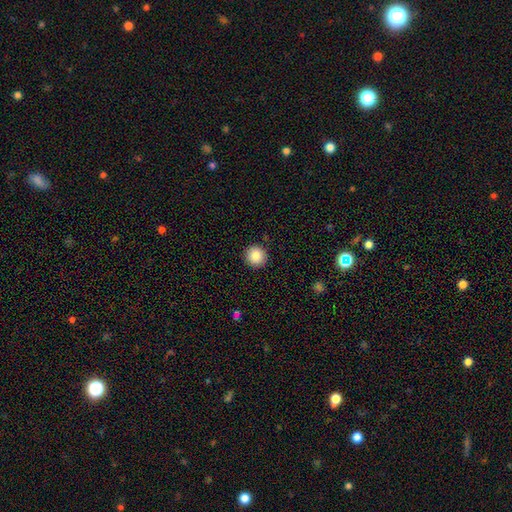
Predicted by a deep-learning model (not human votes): Smooth or featured? Predicted: smooth (p=0.86). How rounded? Predicted: round (p=0.94). Merging? Predicted: none (p=0.92).